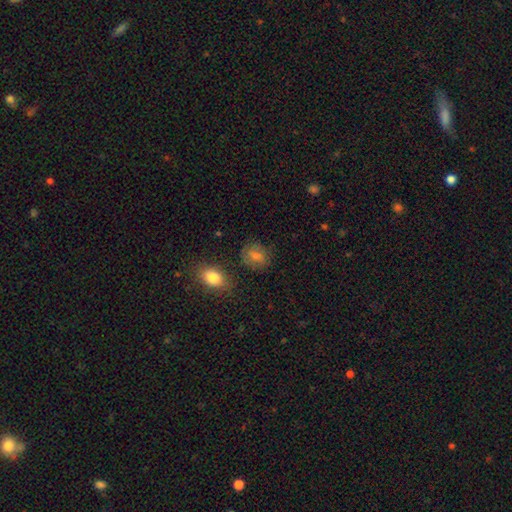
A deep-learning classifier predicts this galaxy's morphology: Smooth or featured: smooth — 68% (featured or disk — 17%)
How rounded: round — 52% (in between — 47%)
Merging: none — 79% (minor disturbance — 14%)